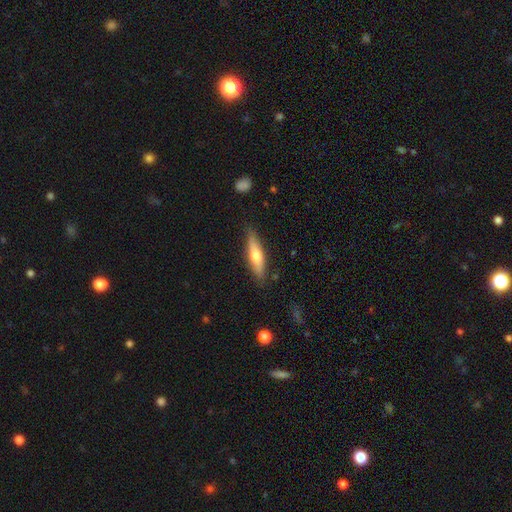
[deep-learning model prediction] smooth_or_featured: smooth (p=0.54) [alt: featured or disk p=0.40]
how_rounded: cigar-shaped (p=0.70) [alt: in between p=0.28]
merging: none (p=0.84) [alt: minor disturbance p=0.12]